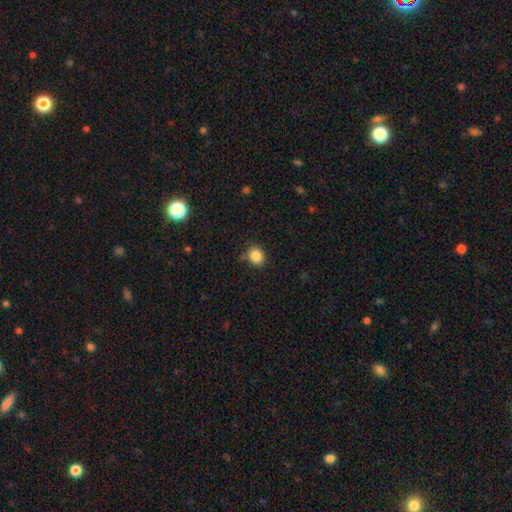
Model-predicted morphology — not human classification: type=smooth (85%); roundness=round (70%); merging=none (82%).